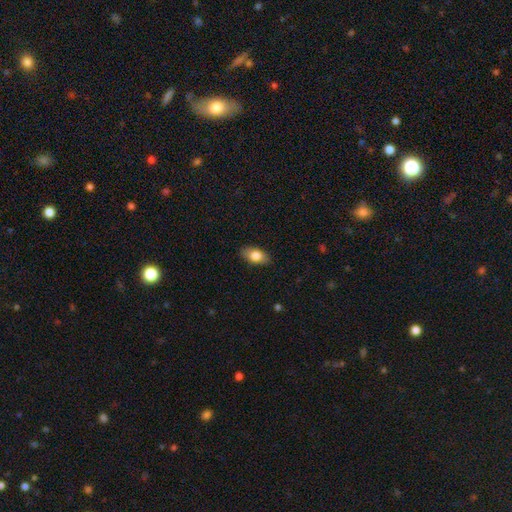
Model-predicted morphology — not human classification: A smooth galaxy with no disk features (78%) that is in between round and cigar-shaped (88%). Merging: none (85%).